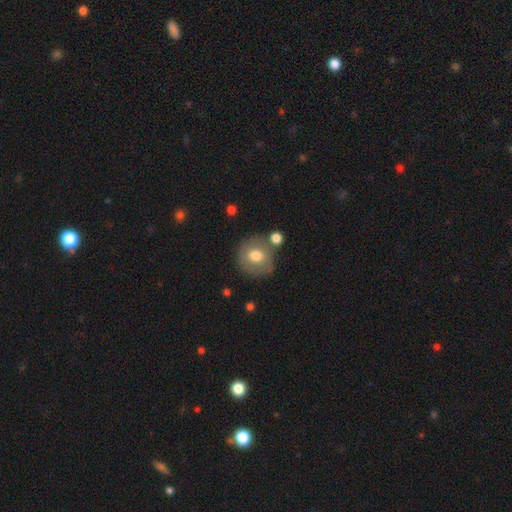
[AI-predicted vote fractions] smooth-or-featured: smooth: 68% | featured or disk: 24% | star or artifact: 8%
  how-rounded: round: 86% | in between: 13% | cigar-shaped: 1%
  merging: none: 70% | minor disturbance: 14% | merger: 10% | major disturbance: 5%